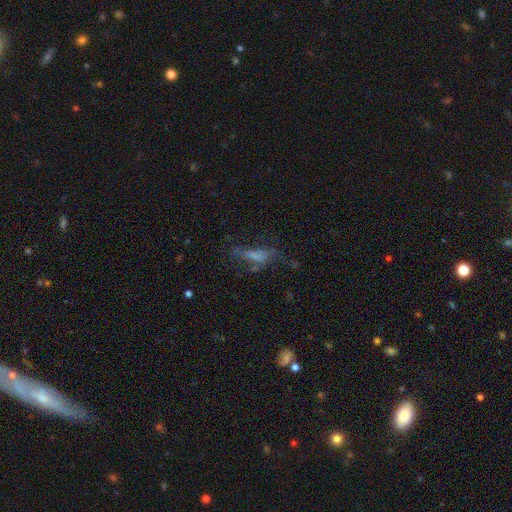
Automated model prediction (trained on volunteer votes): Q: Smooth or featured?
A: featured or disk (39%); runner-up: smooth (38%)
Q: Merging?
A: none (48%); runner-up: major disturbance (26%)